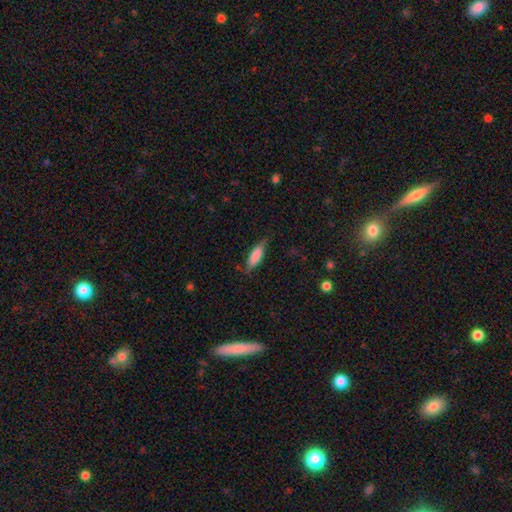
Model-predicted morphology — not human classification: type=smooth (75%); roundness=in between (53%); merging=none (70%).